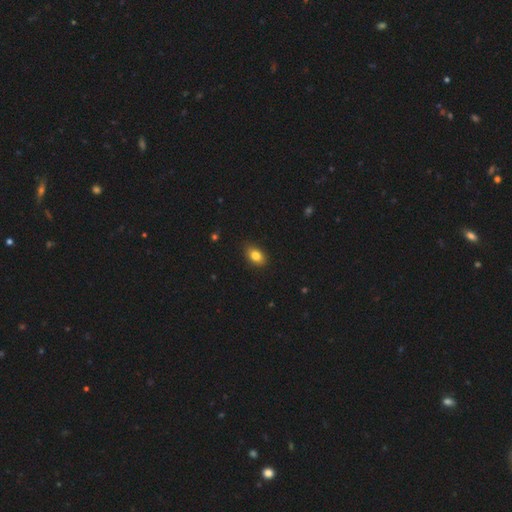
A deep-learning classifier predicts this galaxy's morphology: Smooth or featured? Predicted: smooth (p=0.83). How rounded? Predicted: in between (p=0.84). Merging? Predicted: none (p=0.86).